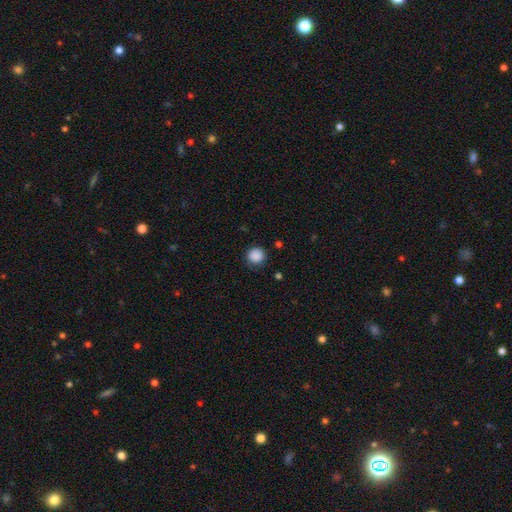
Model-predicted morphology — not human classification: This appears to be a smooth galaxy with no disk features (88%) that is round (93%). Merging: none (84%).